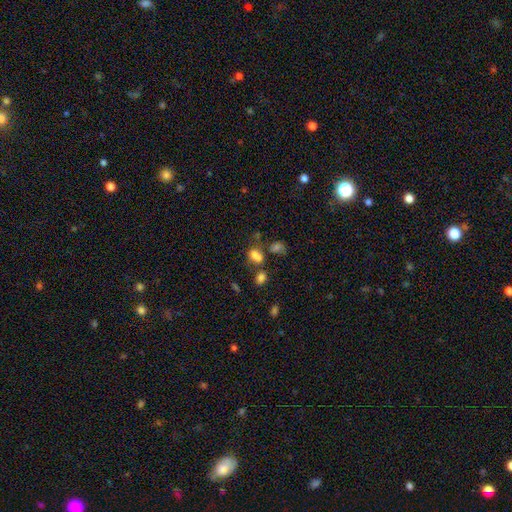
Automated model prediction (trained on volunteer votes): Smooth or featured: smooth — 70% (star or artifact — 17%)
How rounded: in between — 63% (round — 35%)
Merging: merger — 40% (none — 38%)